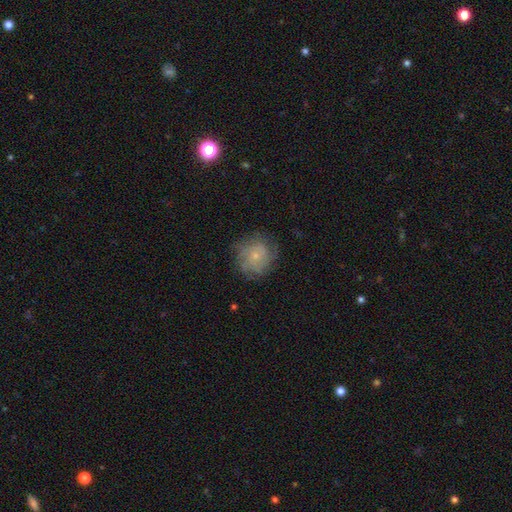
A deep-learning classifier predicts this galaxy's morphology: Q: Smooth or featured?
A: featured or disk (50%); runner-up: smooth (41%)
Q: Merging?
A: none (71%); runner-up: minor disturbance (19%)